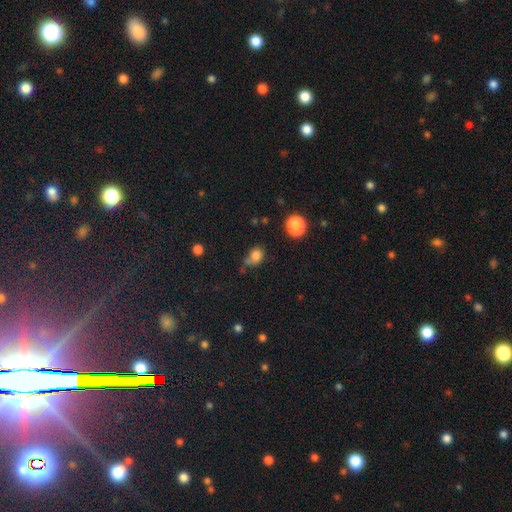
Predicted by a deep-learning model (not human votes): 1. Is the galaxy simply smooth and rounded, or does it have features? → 79% smooth, 14% star or artifact, 7% featured or disk.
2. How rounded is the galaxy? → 55% round, 43% in between, 2% cigar-shaped.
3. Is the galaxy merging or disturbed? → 45% none, 30% minor disturbance, 13% merger, 12% major disturbance.